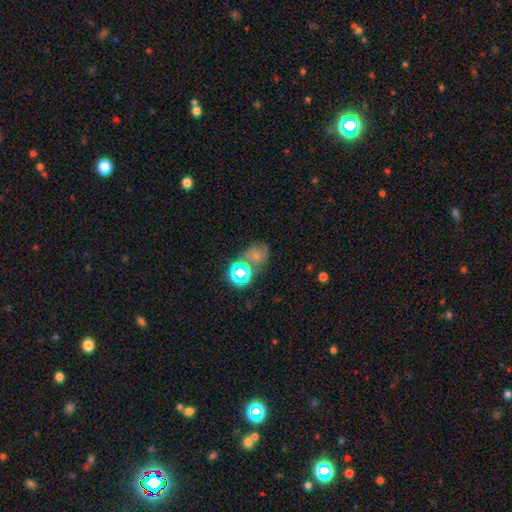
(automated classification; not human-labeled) A smooth galaxy with no disk features (51%) that is round (65%). Merging: none (48%).